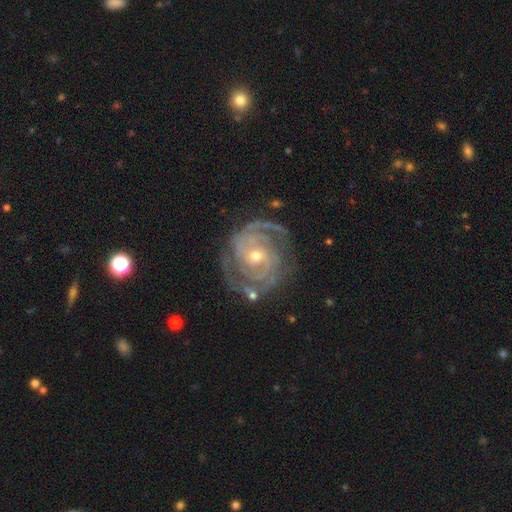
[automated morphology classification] featured or disk 91%, star or artifact 5%, smooth 4%. Down the decision tree: edge-on disk — no (98%); bar — no (61%); spiral arms — yes (98%); spiral arm count — 2 (44%); spiral winding — tight (70%); bulge size — small (58%); merging — none (73%).